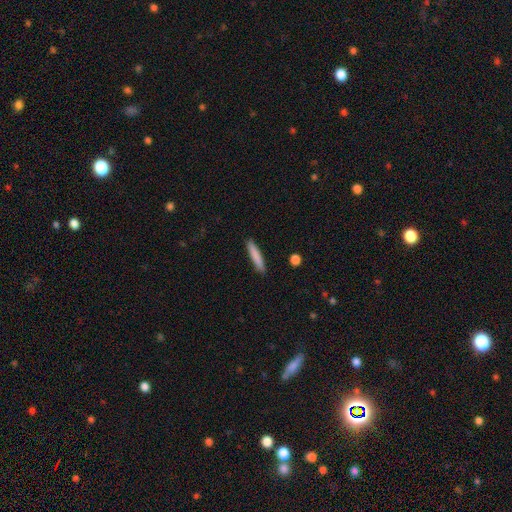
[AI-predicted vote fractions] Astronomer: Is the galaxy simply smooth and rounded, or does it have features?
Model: smooth — 82%.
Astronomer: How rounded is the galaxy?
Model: cigar-shaped — 93%.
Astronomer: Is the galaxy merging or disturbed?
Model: none — 90%.